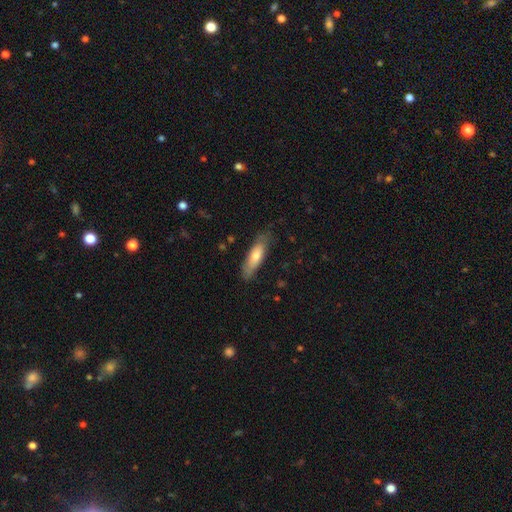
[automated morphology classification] Q: Smooth or featured?
A: smooth (68%); runner-up: featured or disk (26%)
Q: How rounded?
A: cigar-shaped (58%); runner-up: in between (40%)
Q: Merging?
A: none (76%); runner-up: minor disturbance (19%)